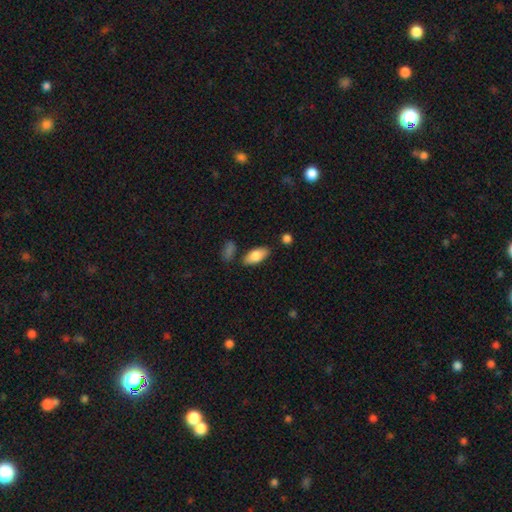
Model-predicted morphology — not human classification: Smooth or featured?
  - smooth: 80% *
  - featured or disk: 14%
  - star or artifact: 6%
How rounded?
  - in between: 88% *
  - cigar-shaped: 9%
  - round: 3%
Merging?
  - none: 81% *
  - minor disturbance: 12%
  - merger: 5%
  - major disturbance: 3%